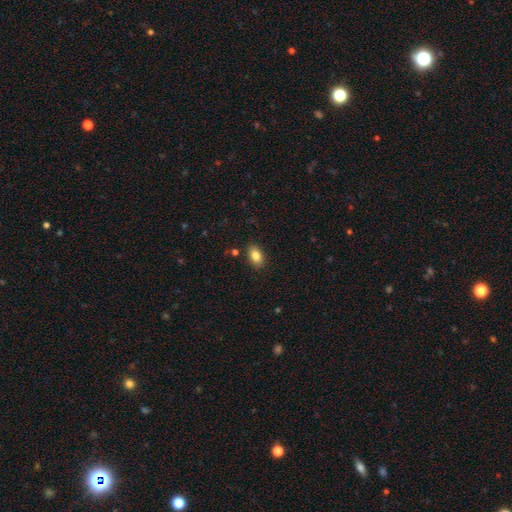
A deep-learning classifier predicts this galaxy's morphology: This appears to be a smooth galaxy with no disk features (84%) that is in between round and cigar-shaped (88%). Merging: none (87%).